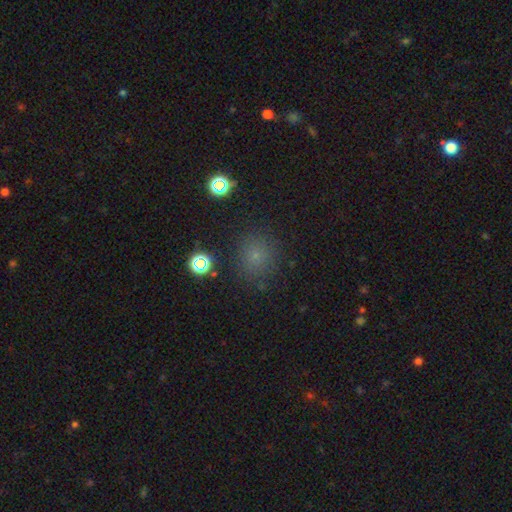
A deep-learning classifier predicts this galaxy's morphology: smooth 70%, star or artifact 22%, featured or disk 7%. Down the decision tree: how rounded — round (87%); merging — none (84%).